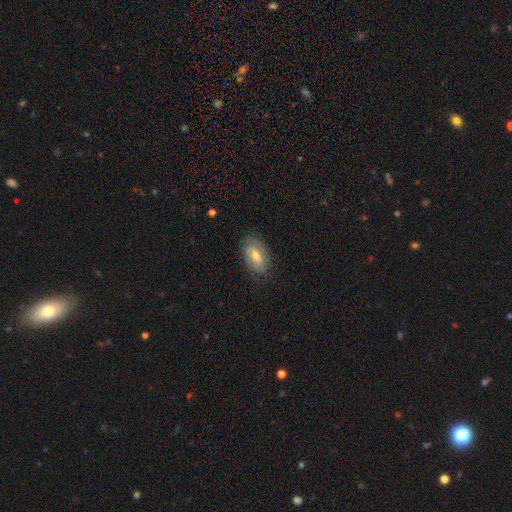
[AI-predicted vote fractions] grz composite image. It shows a featured or disk galaxy (49%). Merging: none (77%).